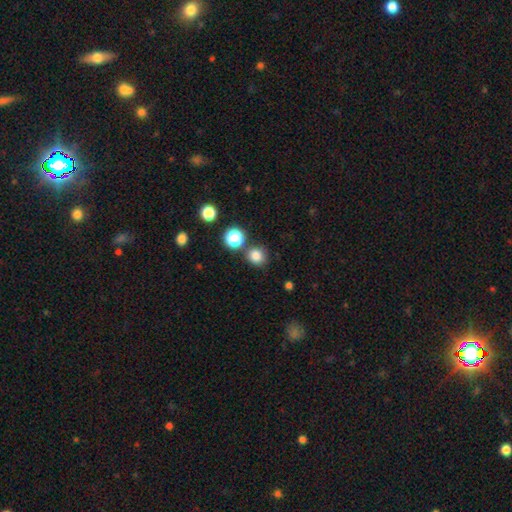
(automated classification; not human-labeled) smooth 81%, star or artifact 15%, featured or disk 5%. Down the decision tree: how rounded — round (87%); merging — none (80%).